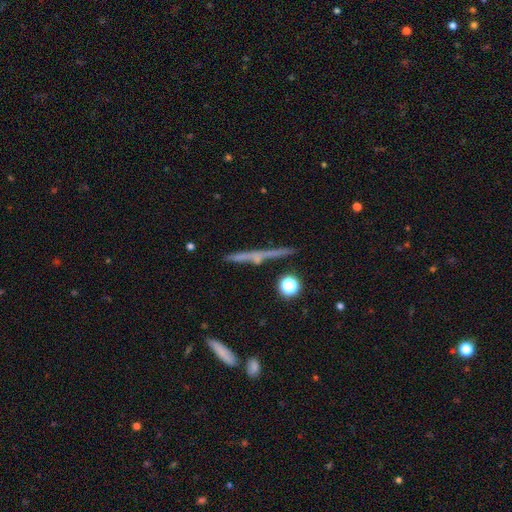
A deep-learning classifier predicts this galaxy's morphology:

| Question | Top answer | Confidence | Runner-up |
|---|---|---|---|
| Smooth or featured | featured or disk | 58% | smooth (30%) |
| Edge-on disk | yes | 95% | no (5%) |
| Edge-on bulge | none | 69% | rounded (23%) |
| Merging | none | 83% | minor disturbance (10%) |